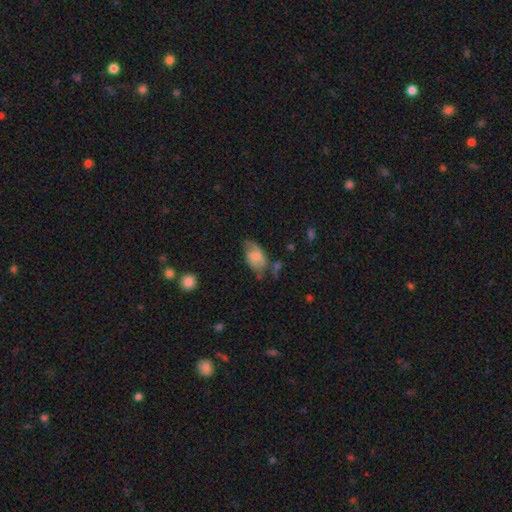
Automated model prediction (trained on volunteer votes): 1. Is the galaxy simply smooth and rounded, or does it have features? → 63% smooth, 29% featured or disk, 8% star or artifact.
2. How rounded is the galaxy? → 90% in between, 8% round, 2% cigar-shaped.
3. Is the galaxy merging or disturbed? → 43% none, 35% minor disturbance, 16% major disturbance, 6% merger.